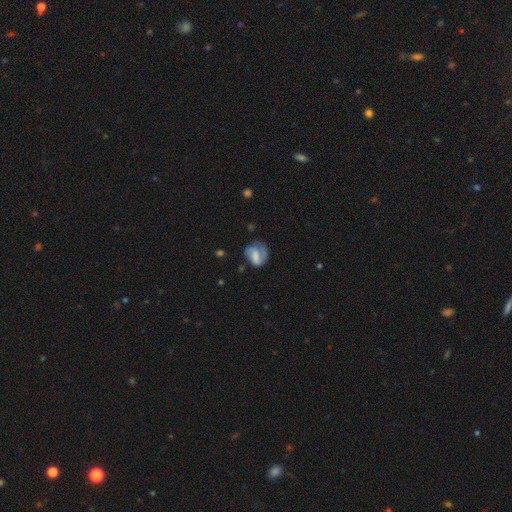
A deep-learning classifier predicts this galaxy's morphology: Overall: smooth (46%, tied with featured or disk). Merging: none (47%; minor disturbance 27%).